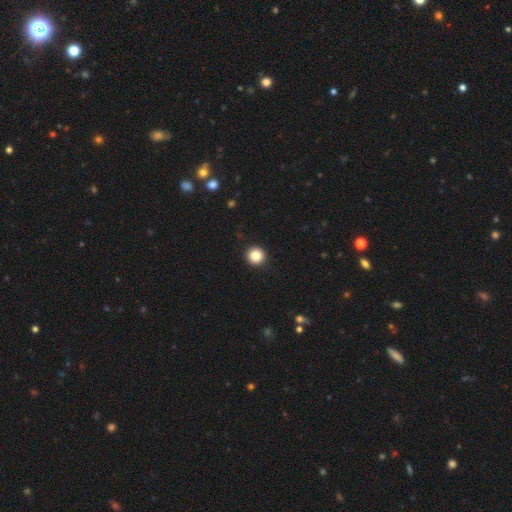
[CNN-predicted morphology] A smooth galaxy with no disk features (85%) that is round (95%).

Vote fractions:
- Smooth or featured? smooth: 85% / star or artifact: 10% / featured or disk: 5%
- How rounded? round: 95% / in between: 4% / cigar-shaped: 1%
- Merging? none: 93% / minor disturbance: 4% / major disturbance: 1% / merger: 1%